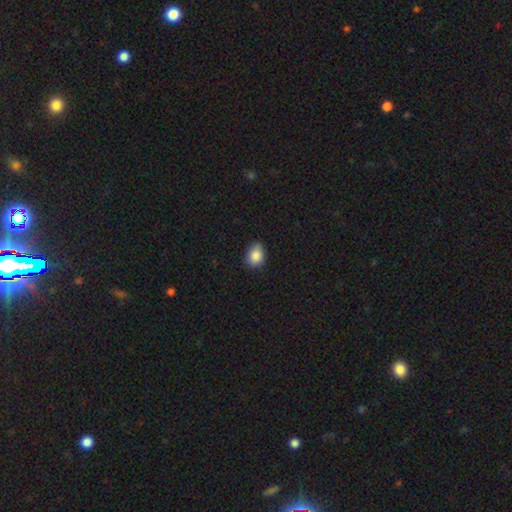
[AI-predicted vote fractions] A smooth galaxy with no disk features (87%) that is in between round and cigar-shaped (66%).

Vote fractions:
- Smooth or featured? smooth: 87% / star or artifact: 9% / featured or disk: 5%
- How rounded? in between: 66% / round: 33% / cigar-shaped: 1%
- Merging? none: 73% / minor disturbance: 23% / major disturbance: 3% / merger: 1%